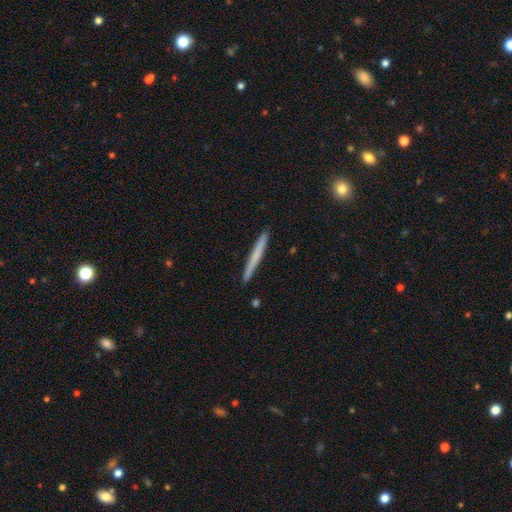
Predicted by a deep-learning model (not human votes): This appears to be a smooth galaxy with no disk features (62%) that is cigar-shaped (97%). Merging: none (92%).